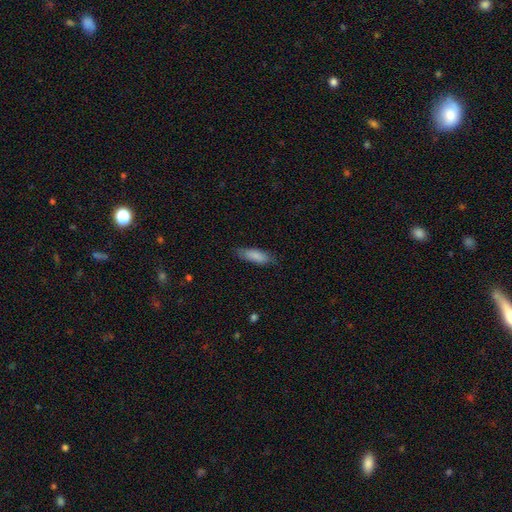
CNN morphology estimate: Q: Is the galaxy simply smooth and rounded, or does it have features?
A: smooth — 85%.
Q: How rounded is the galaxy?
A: in between — 56%.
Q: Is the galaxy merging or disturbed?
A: none — 80%.